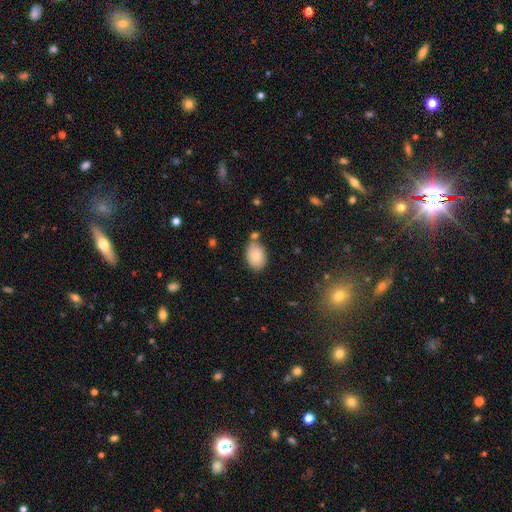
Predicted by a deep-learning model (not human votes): Smooth or featured?
  - smooth: 82% *
  - featured or disk: 11%
  - star or artifact: 8%
How rounded?
  - in between: 84% *
  - round: 15%
  - cigar-shaped: 1%
Merging?
  - none: 73% *
  - minor disturbance: 15%
  - merger: 9%
  - major disturbance: 3%